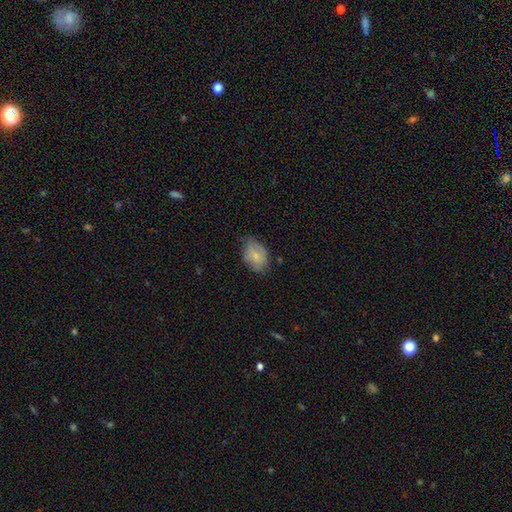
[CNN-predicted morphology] A smooth galaxy with no disk features (72%) that is in between round and cigar-shaped (82%). Merging: none (60%).